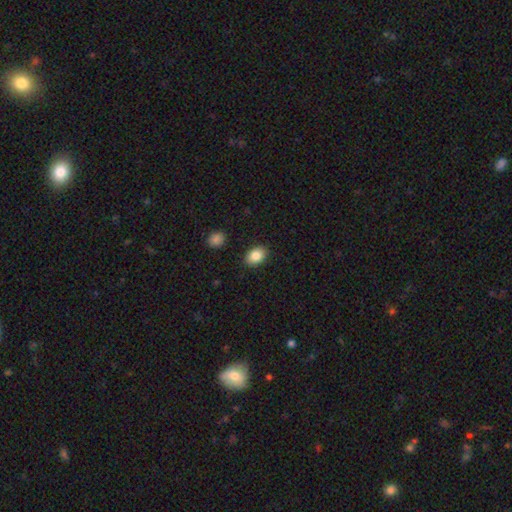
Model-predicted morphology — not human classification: Smooth or featured: smooth — 86% (star or artifact — 8%)
How rounded: in between — 78% (round — 21%)
Merging: none — 88% (minor disturbance — 8%)